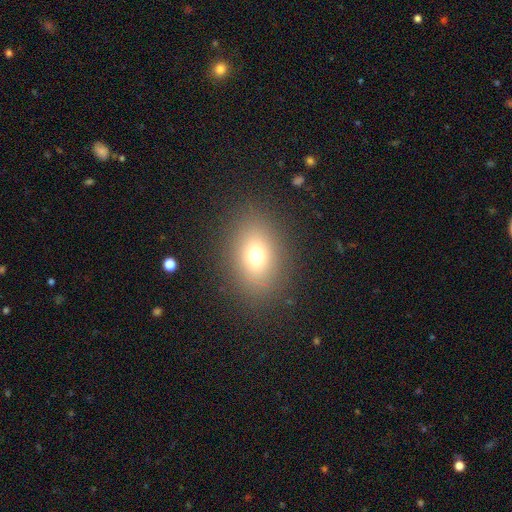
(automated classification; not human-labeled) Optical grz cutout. It shows a smooth galaxy with no disk features (72%) that is in between round and cigar-shaped (71%). Merging: none (86%).